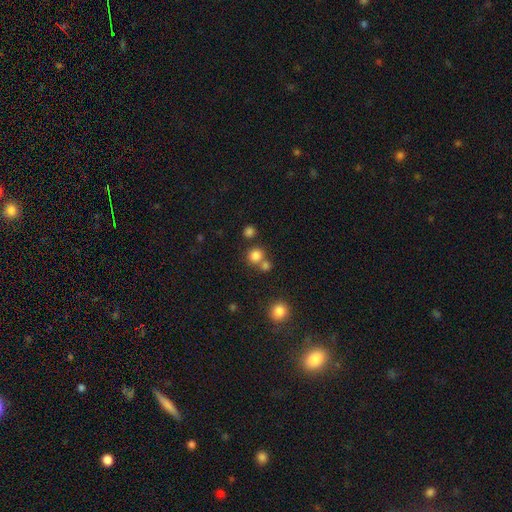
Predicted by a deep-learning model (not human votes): The model was most divided on "merging": none: 62%, merger: 28%, minor disturbance: 7%, major disturbance: 3%. More confident: how rounded — round (89%); smooth or featured — smooth (80%).